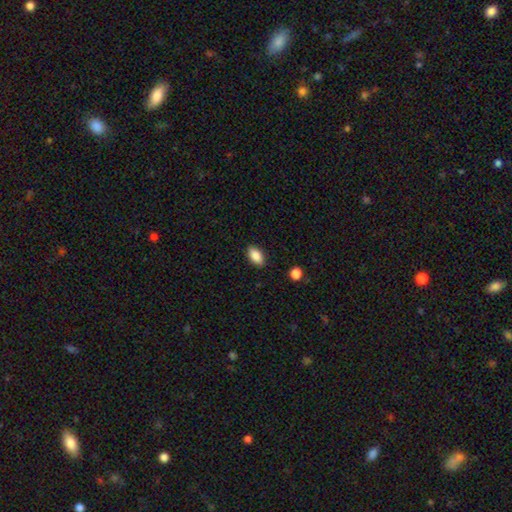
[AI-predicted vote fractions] This appears to be a smooth galaxy with no disk features (87%) that is in between round and cigar-shaped (91%). Merging: none (88%).